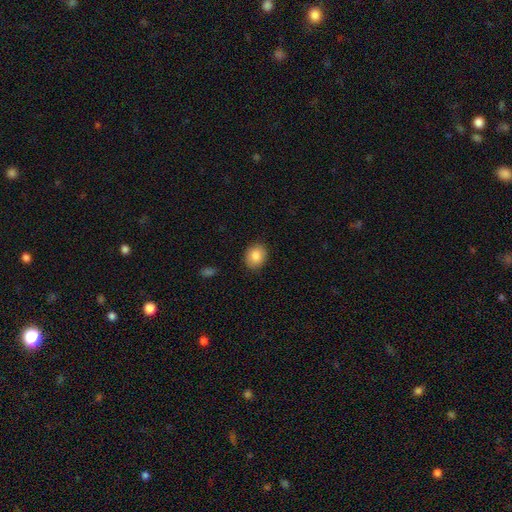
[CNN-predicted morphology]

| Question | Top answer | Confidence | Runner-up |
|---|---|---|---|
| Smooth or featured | smooth | 85% | star or artifact (8%) |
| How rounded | round | 56% | in between (43%) |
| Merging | none | 88% | minor disturbance (9%) |